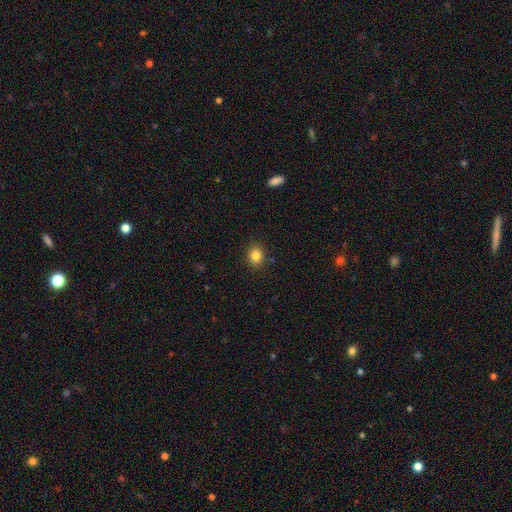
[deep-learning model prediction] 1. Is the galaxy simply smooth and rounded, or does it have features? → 83% smooth, 11% star or artifact, 6% featured or disk.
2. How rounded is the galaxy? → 72% round, 27% in between, 1% cigar-shaped.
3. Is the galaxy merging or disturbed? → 89% none, 8% minor disturbance, 2% major disturbance, 1% merger.